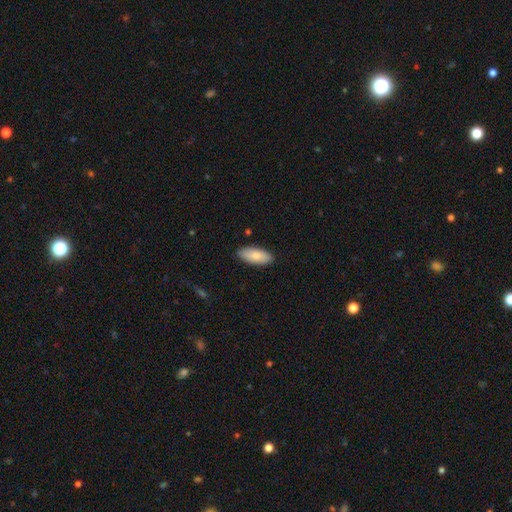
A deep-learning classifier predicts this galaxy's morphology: smooth_or_featured: smooth (p=0.83) [alt: featured or disk p=0.11]
how_rounded: in between (p=0.84) [alt: cigar-shaped p=0.14]
merging: none (p=0.88) [alt: minor disturbance p=0.09]